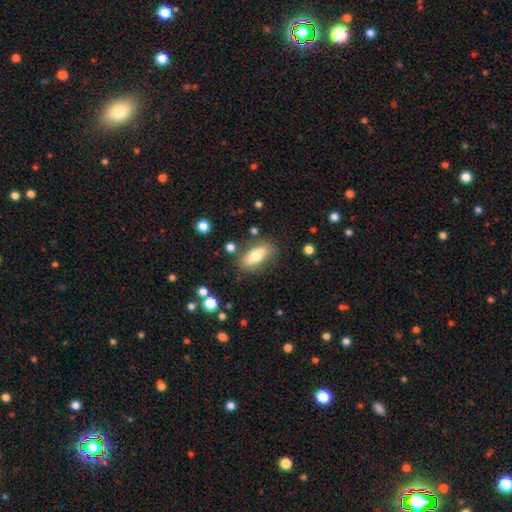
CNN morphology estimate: A smooth galaxy with no disk features (66%) that is in between round and cigar-shaped (76%).

Vote fractions:
- Smooth or featured? smooth: 66% / featured or disk: 27% / star or artifact: 7%
- How rounded? in between: 76% / cigar-shaped: 20% / round: 4%
- Merging? none: 76% / minor disturbance: 15% / major disturbance: 5% / merger: 4%